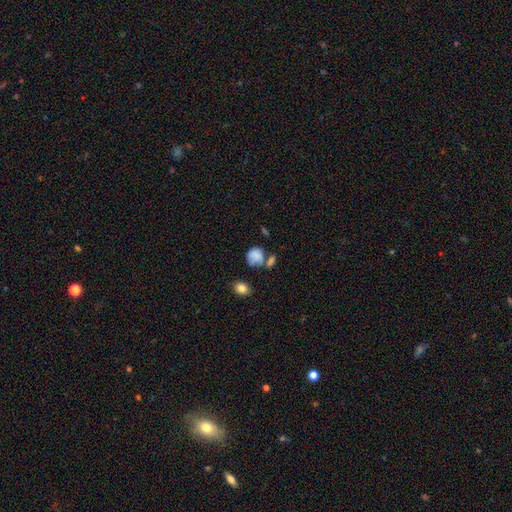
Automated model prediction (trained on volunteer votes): A smooth galaxy with no disk features (79%) that is round (66%).

Vote fractions:
- Smooth or featured? smooth: 79% / featured or disk: 11% / star or artifact: 10%
- How rounded? round: 66% / in between: 33% / cigar-shaped: 1%
- Merging? none: 39% / merger: 28% / minor disturbance: 21% / major disturbance: 12%